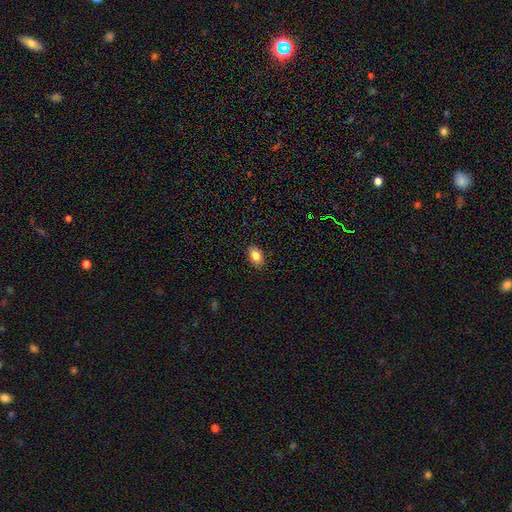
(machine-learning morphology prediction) Smooth or featured?
  - smooth: 84% *
  - star or artifact: 8%
  - featured or disk: 7%
How rounded?
  - in between: 88% *
  - round: 10%
  - cigar-shaped: 2%
Merging?
  - none: 88% *
  - minor disturbance: 9%
  - major disturbance: 2%
  - merger: 1%